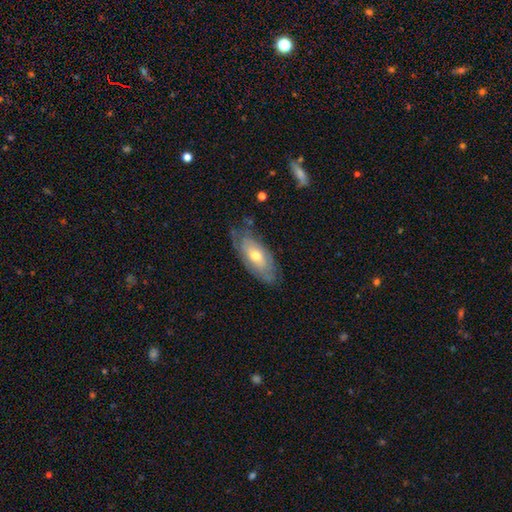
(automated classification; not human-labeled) Smooth or featured: featured or disk — 54% (smooth — 38%)
Edge-on disk: no — 80% (yes — 20%)
Merging: none — 67% (minor disturbance — 25%)